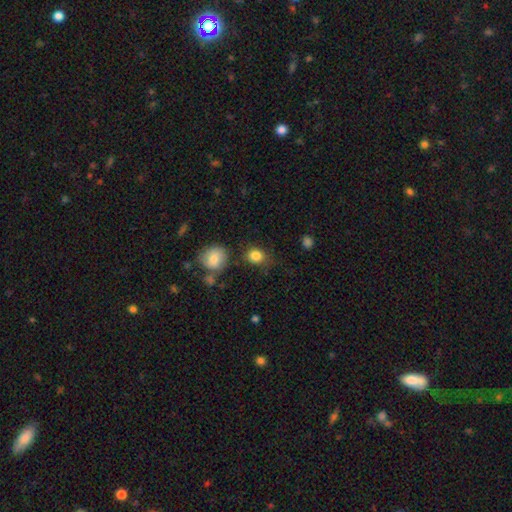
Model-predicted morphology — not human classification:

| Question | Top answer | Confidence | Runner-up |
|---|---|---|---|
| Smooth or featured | smooth | 84% | star or artifact (10%) |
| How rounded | round | 64% | in between (35%) |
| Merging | none | 71% | minor disturbance (17%) |